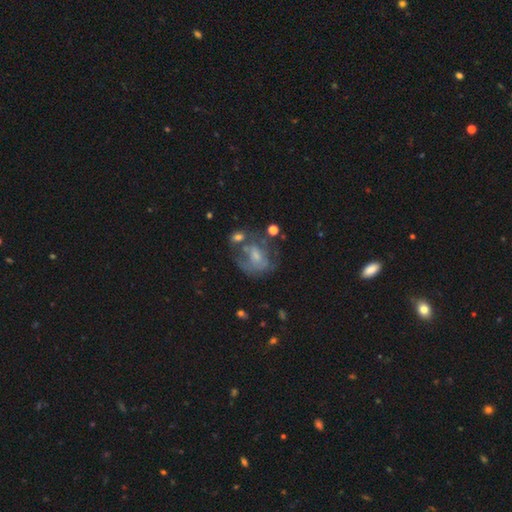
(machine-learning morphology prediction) Smooth or featured? Predicted: featured or disk (p=0.58). Edge-on disk? Predicted: no (p=0.97). Bar? Predicted: no (p=0.62). Spiral arms? Predicted: yes (p=0.52). Bulge size? Predicted: small (p=0.52). Merging? Predicted: none (p=0.37).